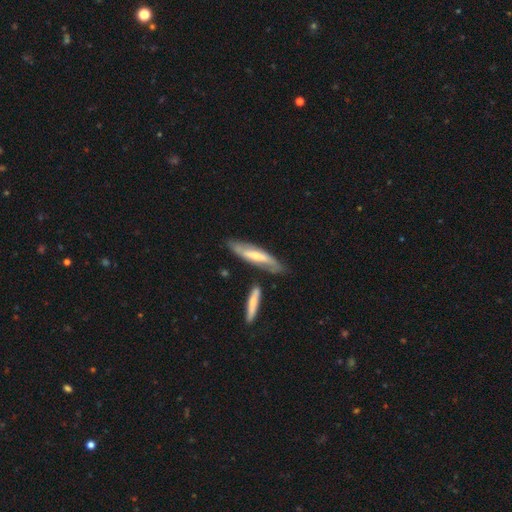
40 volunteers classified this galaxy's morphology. Smooth or featured?
  - featured or disk: 65% *
  - smooth: 32%
  - star or artifact: 2%
Edge-on disk?
  - no: 81% *
  - yes: 19%
Bar?
  - strong: 43% *
  - no: 33%
  - weak: 24%
Spiral arms?
  - yes: 62% *
  - no: 38%
Spiral winding?
  - tight: 46% *
  - medium: 31%
  - loose: 23%
Spiral arm count?
  - 2: 54% *
  - can't tell: 23%
  - 1: 8%
  - 3: 8%
  - 4: 8%
  - more than 4: 0%
Bulge size?
  - small: 71% *
  - moderate: 29%
  - dominant: 0%
  - large: 0%
  - none: 0%
Merging?
  - none: 72% *
  - minor disturbance: 21%
  - merger: 5%
  - major disturbance: 3%